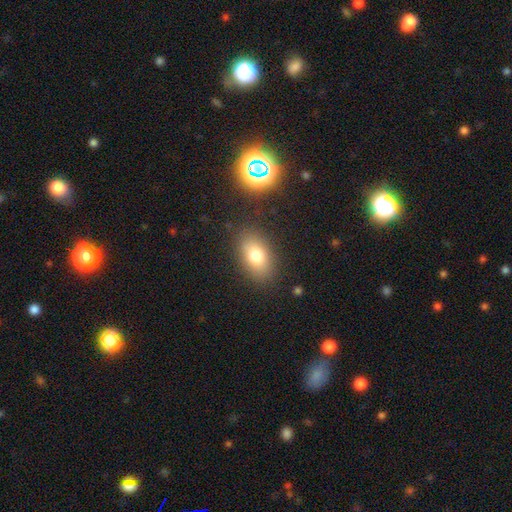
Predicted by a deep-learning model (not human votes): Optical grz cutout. It shows a smooth galaxy with no disk features (77%) that is in between round and cigar-shaped (86%). Merging: none (83%).